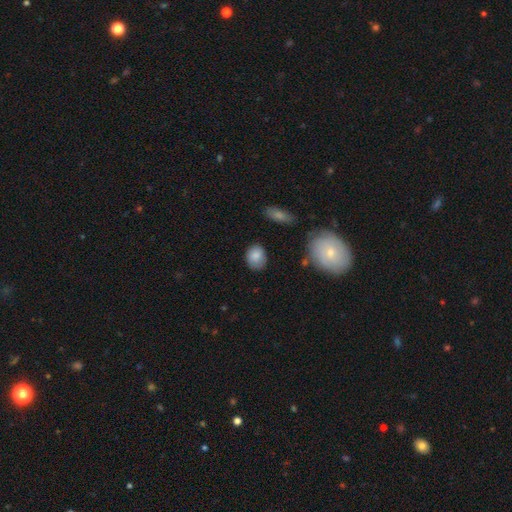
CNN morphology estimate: smooth 84%, featured or disk 8%, star or artifact 8%. Down the decision tree: how rounded — round (50%); merging — none (78%).